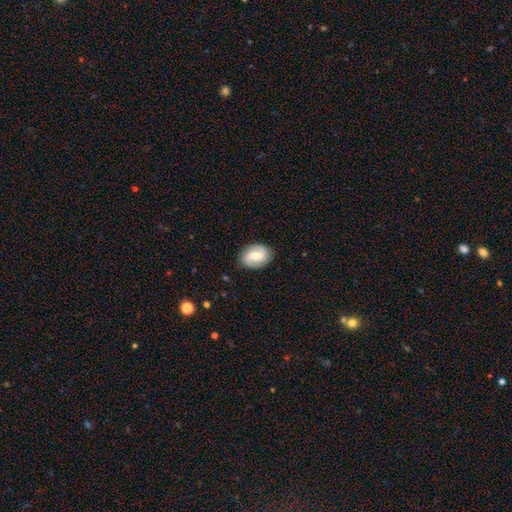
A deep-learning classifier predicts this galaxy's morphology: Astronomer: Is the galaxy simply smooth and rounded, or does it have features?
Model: featured or disk — 52% (runner-up: smooth, 41%).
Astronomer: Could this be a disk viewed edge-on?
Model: no — 97%.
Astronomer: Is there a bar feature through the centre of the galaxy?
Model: weak — 51% (runner-up: no, 30%).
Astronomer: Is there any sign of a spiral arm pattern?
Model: yes — 86%.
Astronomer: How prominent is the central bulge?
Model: moderate — 58%.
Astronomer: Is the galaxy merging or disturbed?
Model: none — 84%.